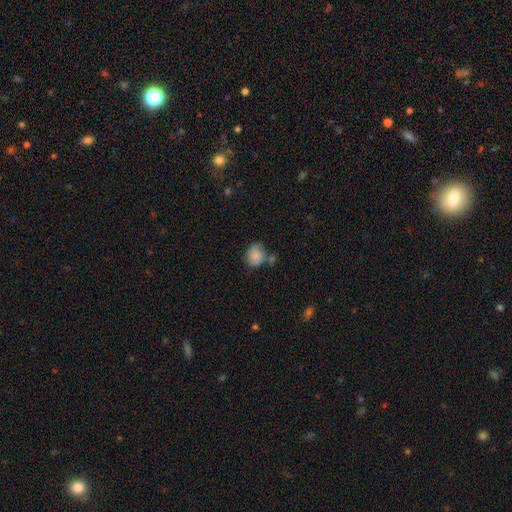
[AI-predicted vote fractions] Q: Smooth or featured?
A: smooth (79%); runner-up: featured or disk (13%)
Q: How rounded?
A: round (57%); runner-up: in between (42%)
Q: Merging?
A: none (51%); runner-up: minor disturbance (26%)